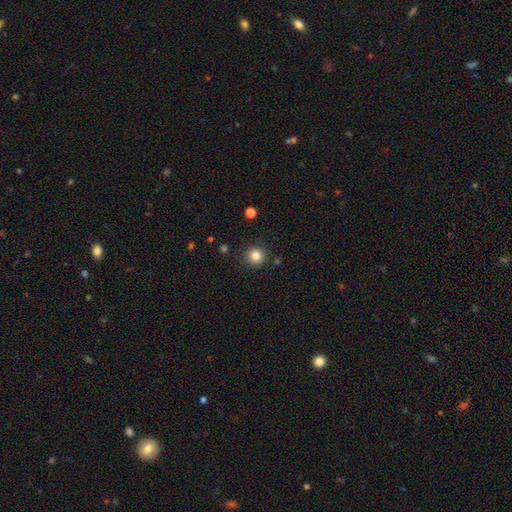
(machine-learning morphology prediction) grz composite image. It shows a smooth galaxy with no disk features (83%) that is round (93%). Merging: none (89%).